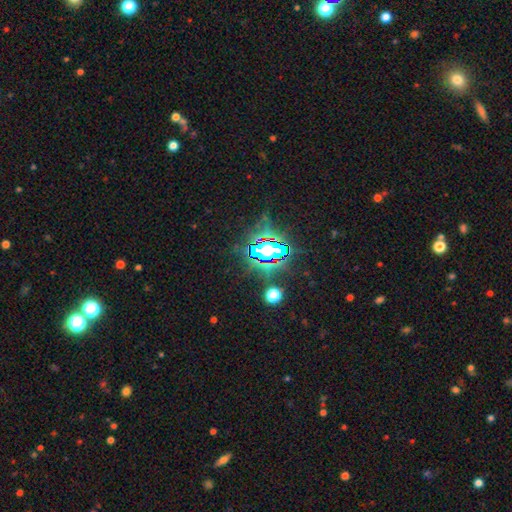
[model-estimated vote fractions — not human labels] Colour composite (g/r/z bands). It shows a star or artifact, not a galaxy (72%).